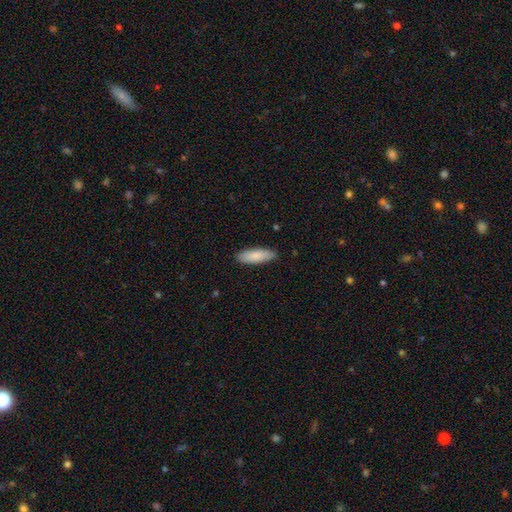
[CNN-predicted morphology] A smooth galaxy with no disk features (86%) that is in between round and cigar-shaped (56%).

Vote fractions:
- Smooth or featured? smooth: 86% / featured or disk: 8% / star or artifact: 5%
- How rounded? in between: 56% / cigar-shaped: 43% / round: 2%
- Merging? none: 88% / minor disturbance: 10% / major disturbance: 2% / merger: 1%